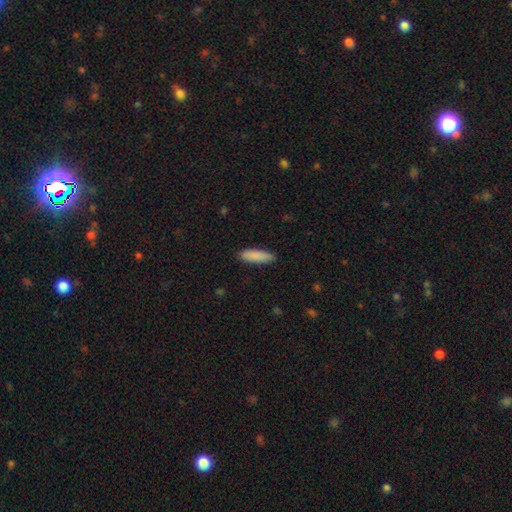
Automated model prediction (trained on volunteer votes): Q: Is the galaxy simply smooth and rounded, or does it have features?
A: smooth — 89%.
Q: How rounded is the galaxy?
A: cigar-shaped — 59%.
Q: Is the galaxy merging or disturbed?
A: none — 88%.